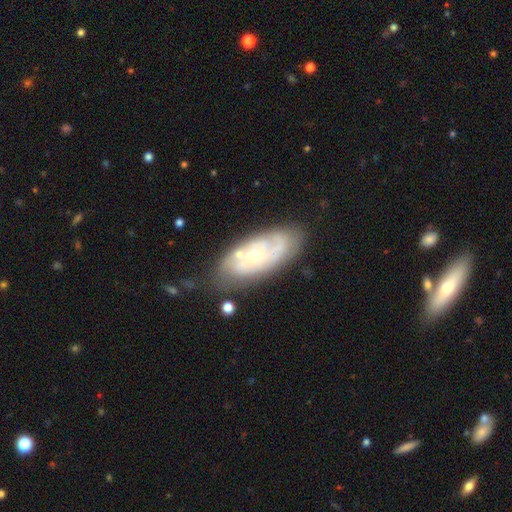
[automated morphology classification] type=featured or disk (69%); edge-on=no (92%); bar=no (80%); spiral arms=yes (78%); bulge=small (75%); merging=none (67%).